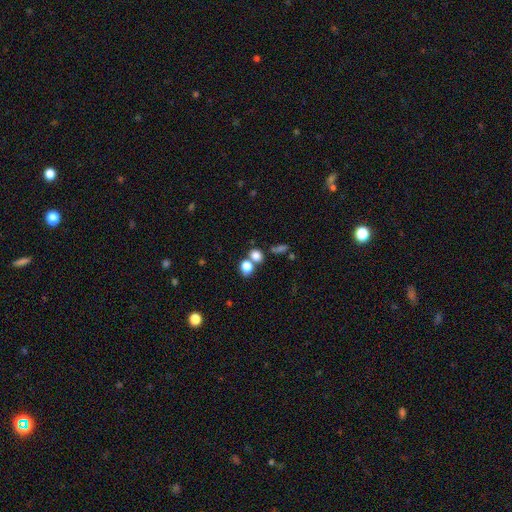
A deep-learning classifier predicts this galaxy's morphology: Smooth or featured: smooth — 77% (star or artifact — 15%)
How rounded: round — 65% (in between — 34%)
Merging: none — 51% (merger — 36%)